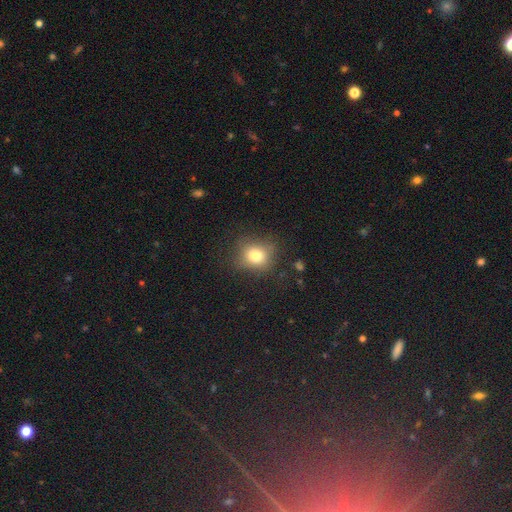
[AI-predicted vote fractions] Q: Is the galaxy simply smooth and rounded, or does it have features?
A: smooth — 78%.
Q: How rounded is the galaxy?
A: round — 71%.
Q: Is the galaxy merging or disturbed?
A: none — 76%.